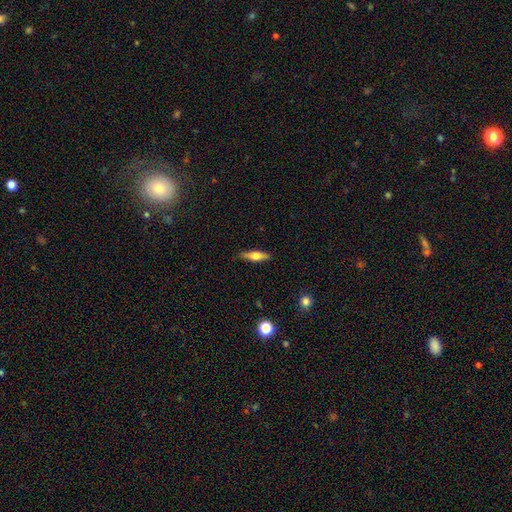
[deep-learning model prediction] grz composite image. It shows a smooth galaxy with no disk features (60%) that is cigar-shaped (65%). Merging: none (86%).